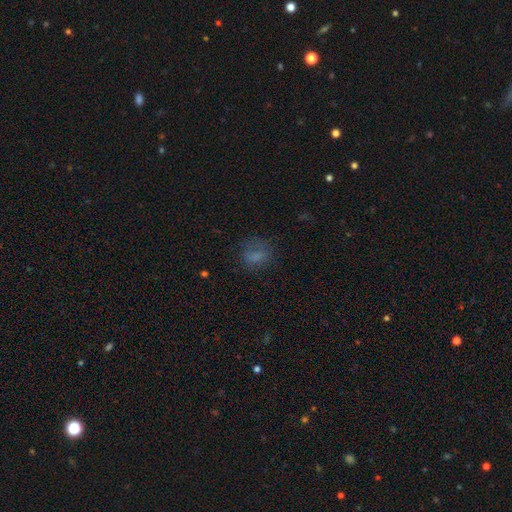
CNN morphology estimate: smooth 67%, star or artifact 18%, featured or disk 15%. Down the decision tree: how rounded — round (50%); merging — none (57%).